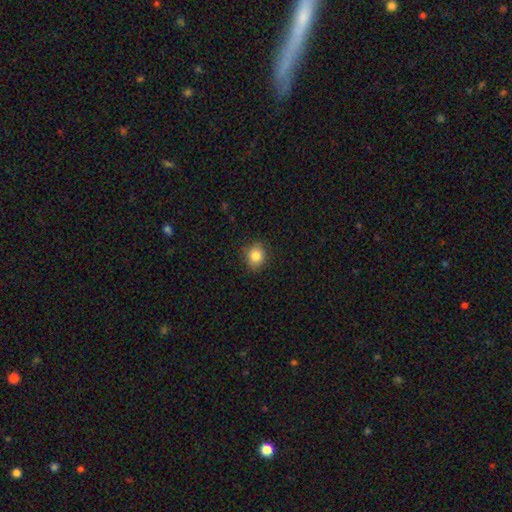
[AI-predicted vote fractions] A smooth galaxy with no disk features (83%) that is round (73%). Merging: none (85%).